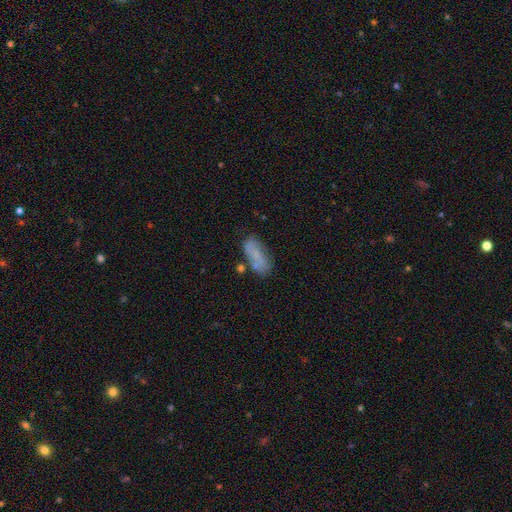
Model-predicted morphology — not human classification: Overall: smooth (62%; featured or disk 29%). How rounded: in between (76%). Merging: none (62%).